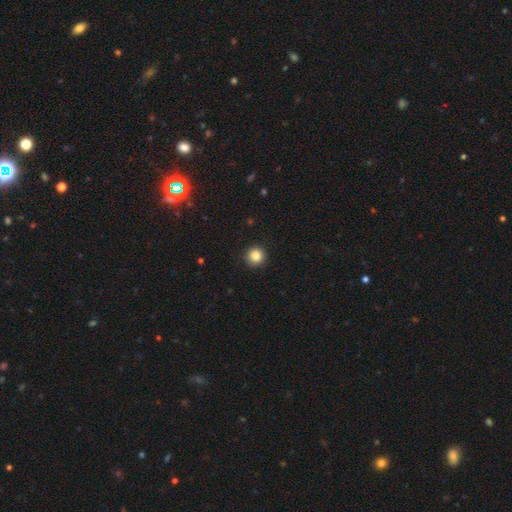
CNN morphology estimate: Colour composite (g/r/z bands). It shows a smooth galaxy with no disk features (86%) that is round (95%). Merging: none (92%).